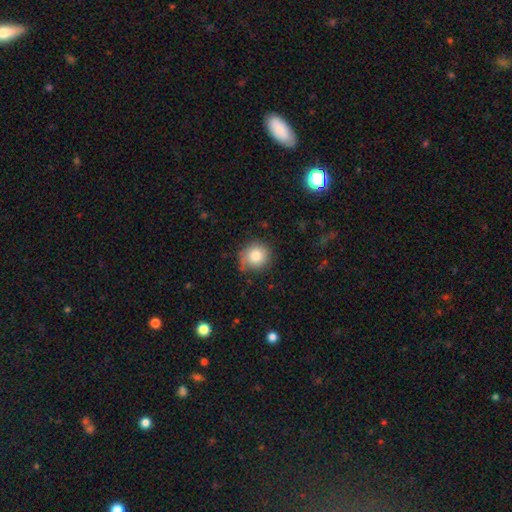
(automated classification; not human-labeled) Smooth or featured? smooth (81%)
How rounded? round (92%)
Merging? none (73%)